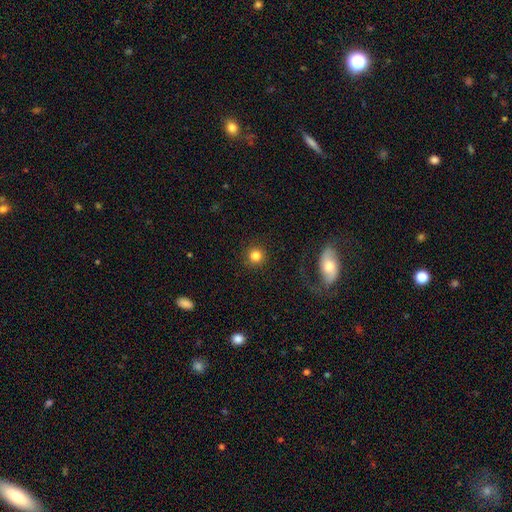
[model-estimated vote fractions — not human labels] Morphology: type=smooth (83%); roundness=round (94%); merging=none (90%).